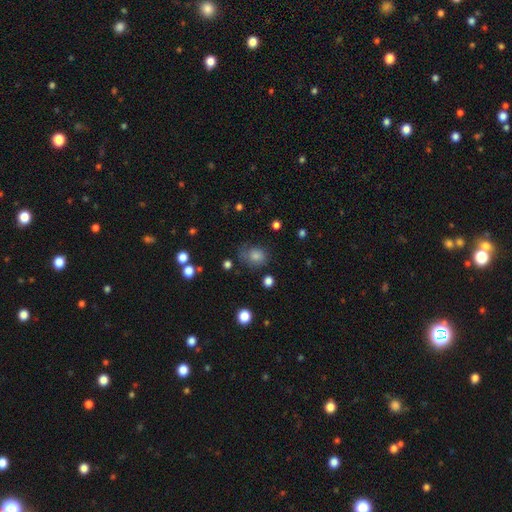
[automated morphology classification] smooth_or_featured: smooth (p=0.72) [alt: star or artifact p=0.17]
how_rounded: round (p=0.56) [alt: in between p=0.43]
merging: none (p=0.60) [alt: minor disturbance p=0.25]